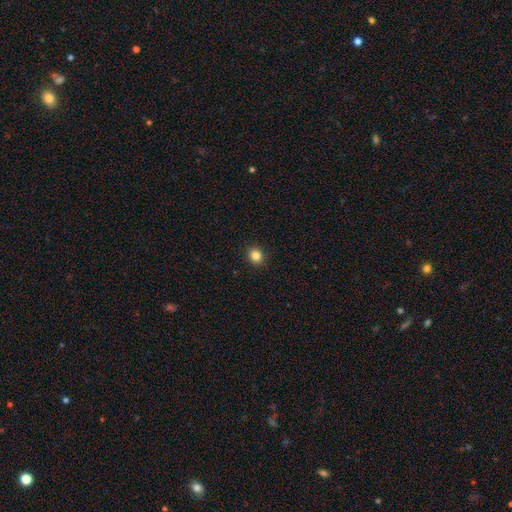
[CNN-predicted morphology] The model was most divided on "how rounded": round: 83%, in between: 16%, cigar-shaped: 1%. More confident: merging — none (92%); smooth or featured — smooth (84%).